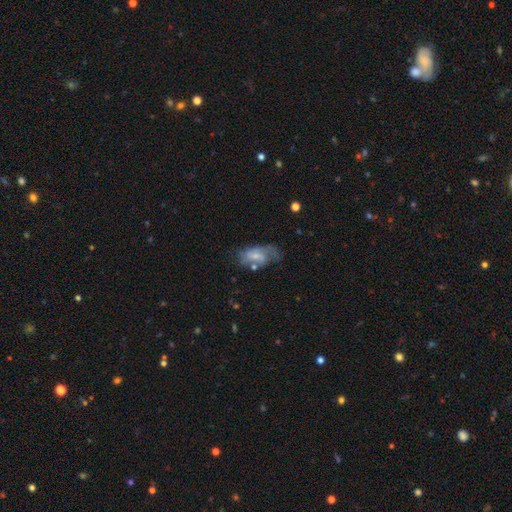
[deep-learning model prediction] Smooth or featured: featured or disk — 62% (smooth — 30%)
Edge-on disk: no — 94% (yes — 6%)
Bar: weak — 45% (no — 43%)
Spiral arms: yes — 76% (no — 24%)
Bulge size: small — 57% (moderate — 25%)
Merging: none — 42% (minor disturbance — 27%)